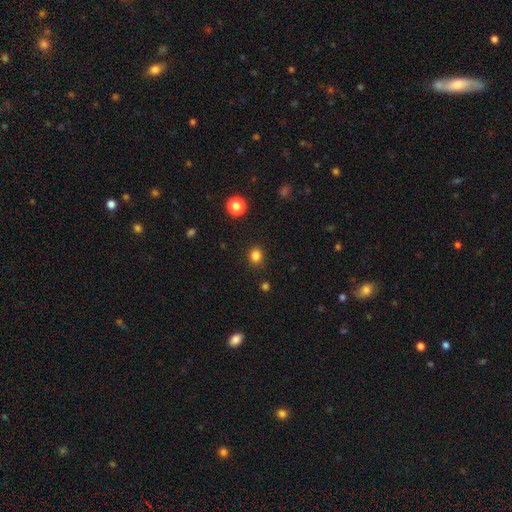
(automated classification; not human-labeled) The model was most divided on "how rounded": round: 76%, in between: 23%, cigar-shaped: 1%. More confident: merging — none (89%); smooth or featured — smooth (83%).